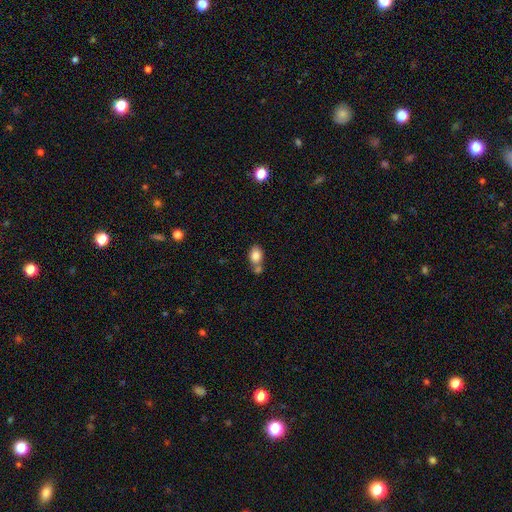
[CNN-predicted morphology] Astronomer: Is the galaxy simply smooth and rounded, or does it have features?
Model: smooth — 82%.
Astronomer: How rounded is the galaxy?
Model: in between — 77%.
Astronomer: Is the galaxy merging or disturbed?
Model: none — 44% (runner-up: merger, 38%).